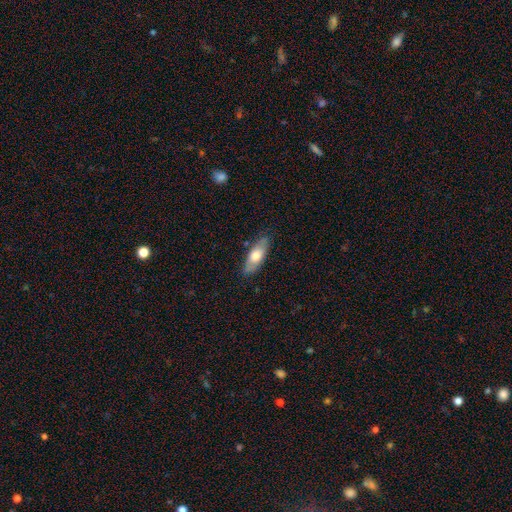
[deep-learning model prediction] Morphology: type=smooth (65%); roundness=in between (69%); merging=none (81%).